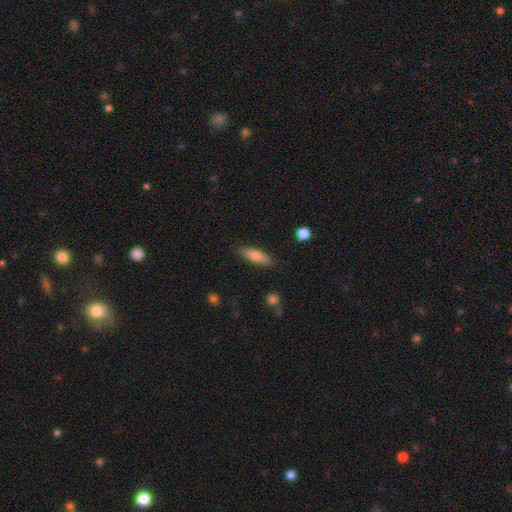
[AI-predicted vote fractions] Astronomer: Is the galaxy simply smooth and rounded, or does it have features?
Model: smooth — 80%.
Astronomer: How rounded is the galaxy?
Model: cigar-shaped — 50% (runner-up: in between, 48%).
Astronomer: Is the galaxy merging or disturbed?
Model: none — 84%.